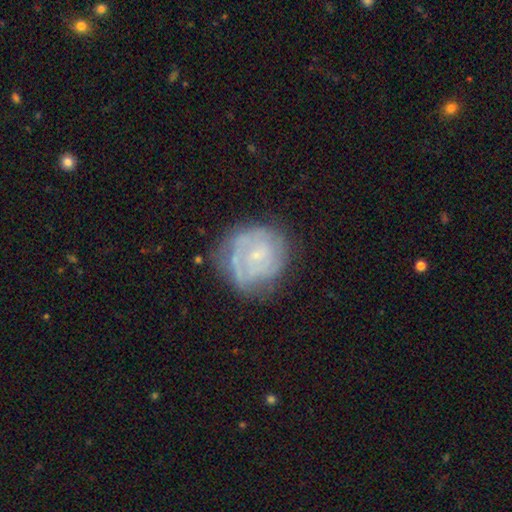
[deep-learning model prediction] Overall: featured or disk (68%). Edge-on disk: no (98%). Bar: no (66%; weak 29%). Spiral arms: yes (79%). Spiral arm count: can't tell (45%; 2 22%). Spiral winding: tight (62%; medium 28%). Bulge size: small (75%). Merging: none (65%).